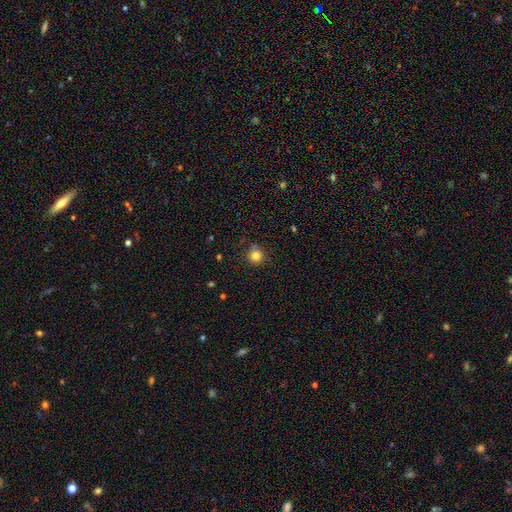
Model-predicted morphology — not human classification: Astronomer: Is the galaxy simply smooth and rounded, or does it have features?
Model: smooth — 81%.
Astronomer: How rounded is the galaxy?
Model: round — 94%.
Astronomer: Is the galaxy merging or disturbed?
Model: none — 82%.